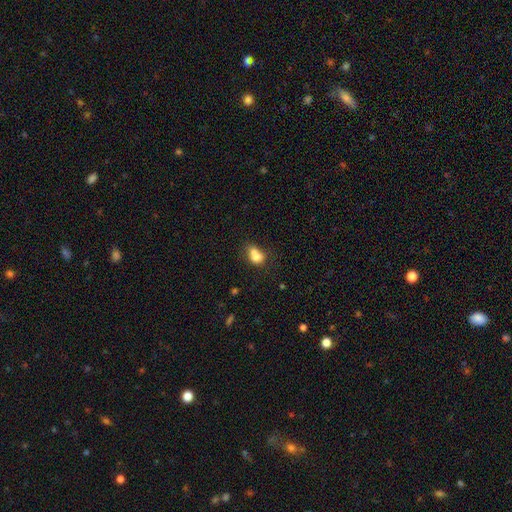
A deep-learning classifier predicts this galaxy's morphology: Smooth or featured: smooth — 74% (featured or disk — 15%)
How rounded: in between — 56% (round — 42%)
Merging: merger — 54% (none — 27%)